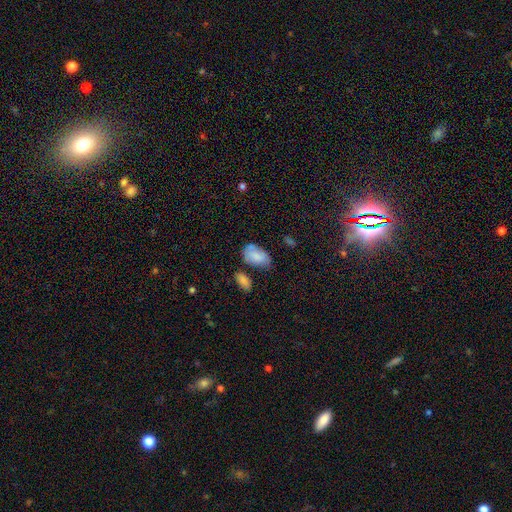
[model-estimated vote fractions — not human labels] A smooth galaxy with no disk features (77%) that is in between round and cigar-shaped (93%).

Vote fractions:
- Smooth or featured? smooth: 77% / featured or disk: 15% / star or artifact: 7%
- How rounded? in between: 93% / round: 6% / cigar-shaped: 2%
- Merging? none: 48% / minor disturbance: 30% / merger: 12% / major disturbance: 10%